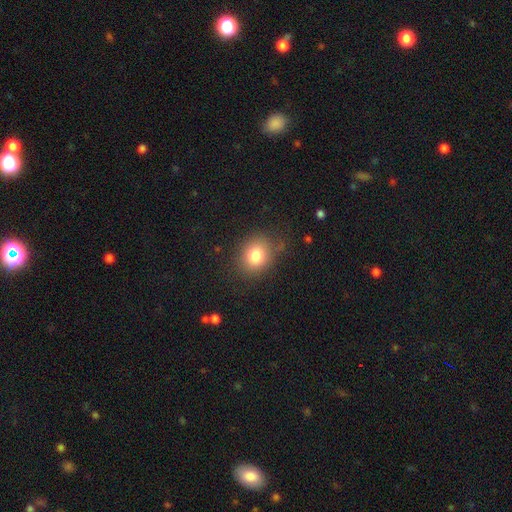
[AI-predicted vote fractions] smooth-or-featured: smooth: 80% | star or artifact: 11% | featured or disk: 9%
  how-rounded: round: 63% | in between: 36% | cigar-shaped: 1%
  merging: none: 79% | minor disturbance: 15% | major disturbance: 5% | merger: 2%